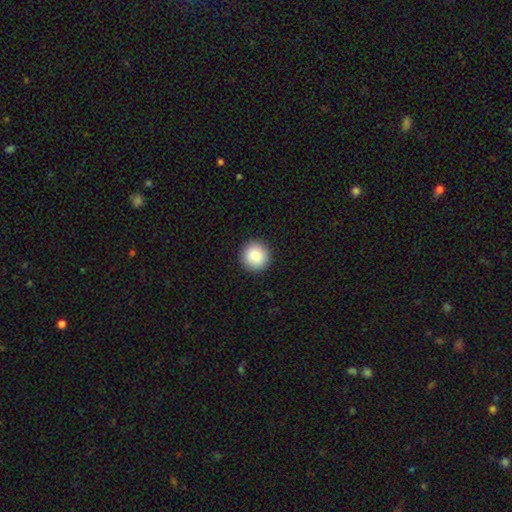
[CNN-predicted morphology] smooth_or_featured: smooth (p=0.88) [alt: star or artifact p=0.08]
how_rounded: round (p=0.94) [alt: in between p=0.05]
merging: none (p=0.93) [alt: minor disturbance p=0.05]